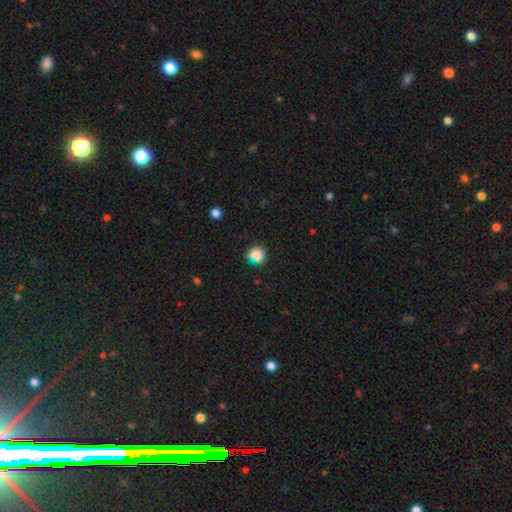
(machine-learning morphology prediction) Smooth or featured?
  - smooth: 81% *
  - star or artifact: 12%
  - featured or disk: 7%
How rounded?
  - round: 85% *
  - in between: 14%
  - cigar-shaped: 1%
Merging?
  - none: 73% *
  - minor disturbance: 17%
  - merger: 6%
  - major disturbance: 4%